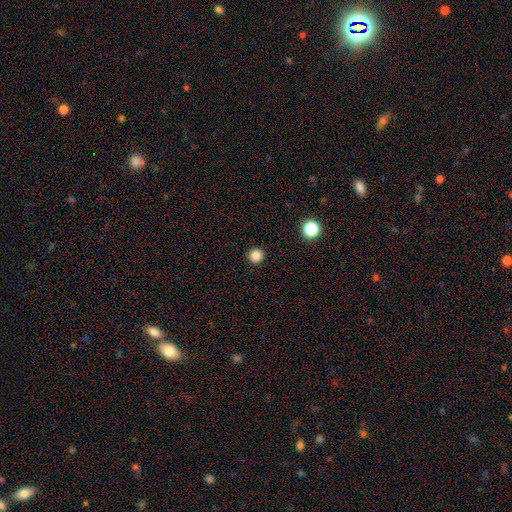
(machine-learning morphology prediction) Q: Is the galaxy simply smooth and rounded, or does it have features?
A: smooth — 85%.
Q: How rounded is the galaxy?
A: round — 95%.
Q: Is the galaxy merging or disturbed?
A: none — 93%.